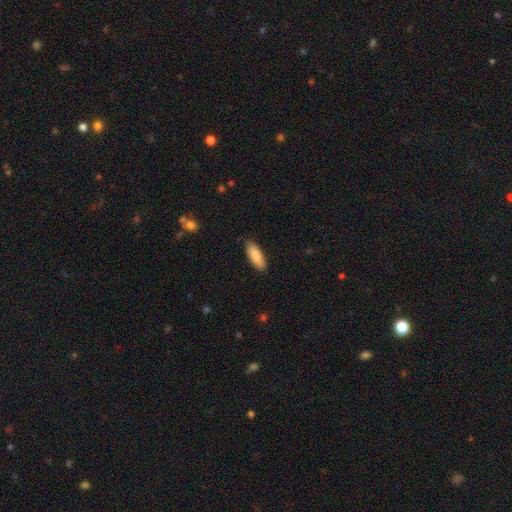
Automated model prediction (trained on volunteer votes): A smooth galaxy with no disk features (86%) that is in between round and cigar-shaped (65%). Merging: none (87%).